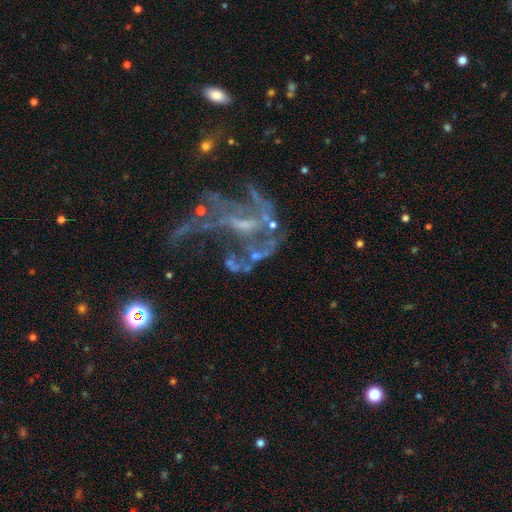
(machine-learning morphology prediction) featured or disk 74%, star or artifact 17%, smooth 10%. Down the decision tree: edge-on disk — no (96%); bar — no (47%); spiral arms — yes (55%); bulge size — none (45%); merging — major disturbance (45%).